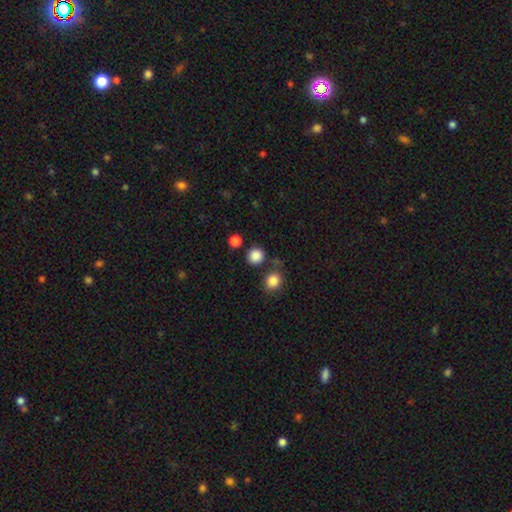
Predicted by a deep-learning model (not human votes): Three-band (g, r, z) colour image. It shows a smooth galaxy with no disk features (86%) that is round (91%). Merging: none (83%).